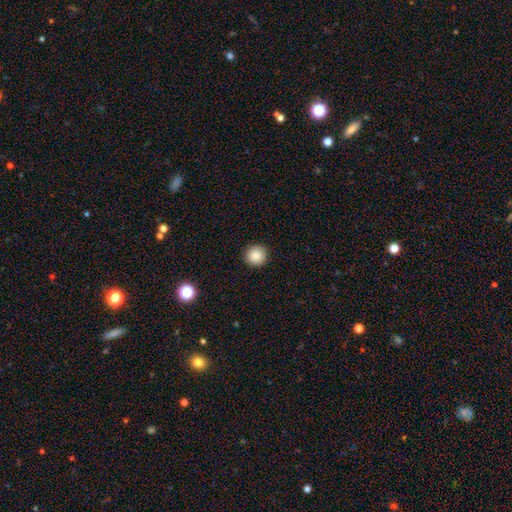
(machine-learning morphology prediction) smooth 86%, star or artifact 10%, featured or disk 5%. Down the decision tree: how rounded — round (95%); merging — none (92%).